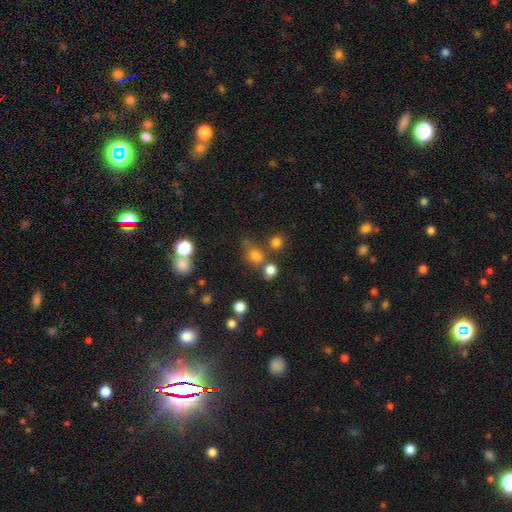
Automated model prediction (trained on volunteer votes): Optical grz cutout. It shows a smooth galaxy with no disk features (73%) that is round (68%). Merging: none (61%).